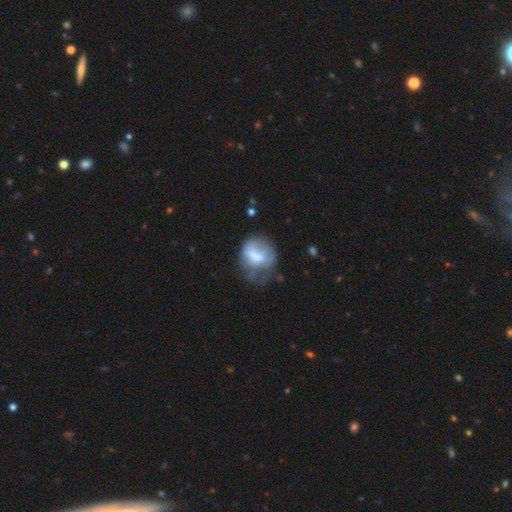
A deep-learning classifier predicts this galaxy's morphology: Smooth or featured?
  - smooth: 57% *
  - featured or disk: 33%
  - star or artifact: 9%
How rounded?
  - round: 61% *
  - in between: 38%
  - cigar-shaped: 1%
Merging?
  - major disturbance: 34% *
  - none: 31%
  - minor disturbance: 28%
  - merger: 6%